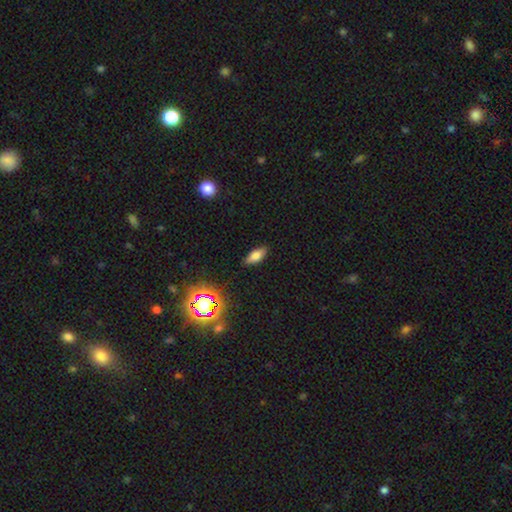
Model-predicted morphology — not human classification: type=smooth (71%); roundness=in between (80%); merging=none (86%).